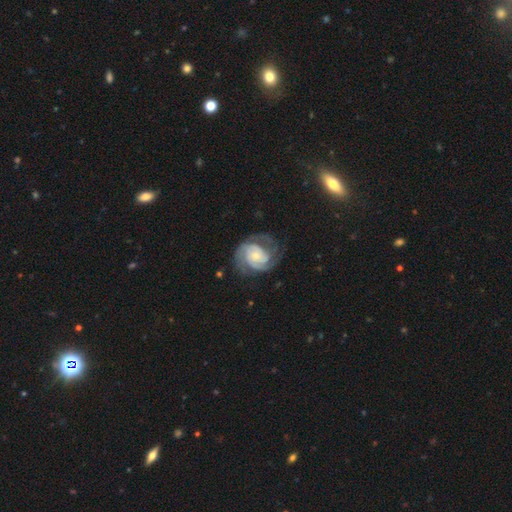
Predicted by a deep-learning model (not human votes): Smooth or featured? Predicted: featured or disk (p=0.85). Edge-on disk? Predicted: no (p=0.98). Bar? Predicted: no (p=0.67). Spiral arms? Predicted: yes (p=0.96). Spiral winding? Predicted: tight (p=0.49). Spiral arm count? Predicted: 2 (p=0.38). Bulge size? Predicted: small (p=0.65). Merging? Predicted: none (p=0.63).